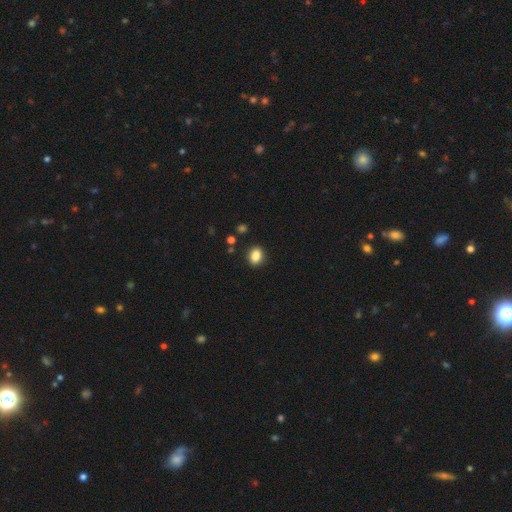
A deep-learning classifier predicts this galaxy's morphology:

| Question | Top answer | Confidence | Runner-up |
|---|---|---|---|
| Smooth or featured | smooth | 87% | star or artifact (9%) |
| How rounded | in between | 61% | round (38%) |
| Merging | none | 88% | minor disturbance (8%) |